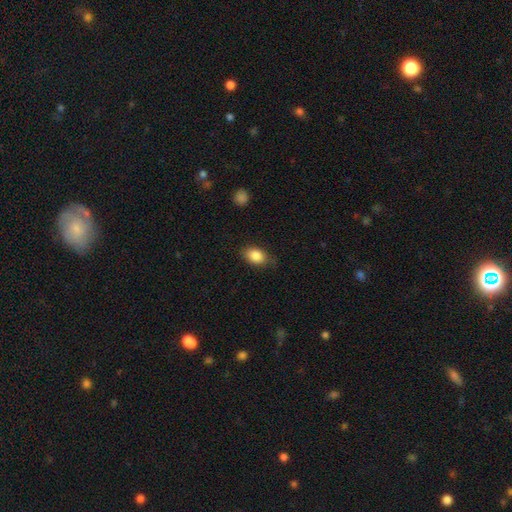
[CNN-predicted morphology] Overall: smooth (86%). How rounded: in between (82%). Merging: none (74%).